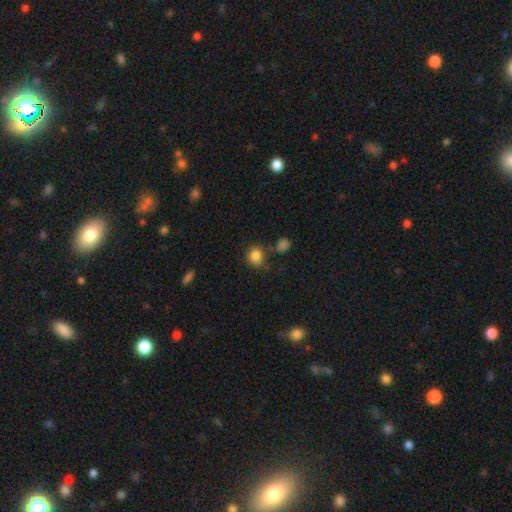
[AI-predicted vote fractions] A smooth galaxy with no disk features (84%) that is round (76%). Merging: none (71%).